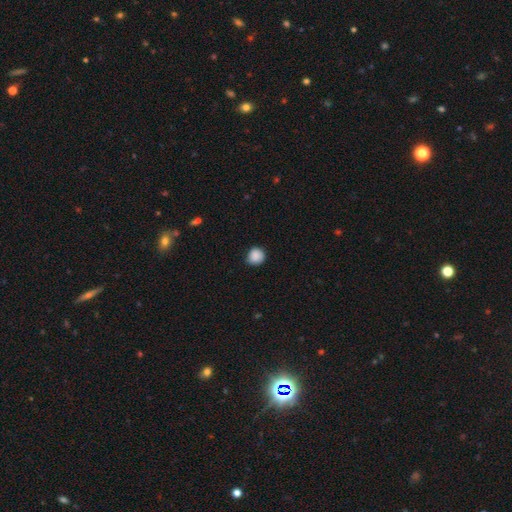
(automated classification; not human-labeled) Q: Smooth or featured?
A: smooth (88%); runner-up: star or artifact (9%)
Q: How rounded?
A: round (91%); runner-up: in between (8%)
Q: Merging?
A: none (81%); runner-up: minor disturbance (15%)